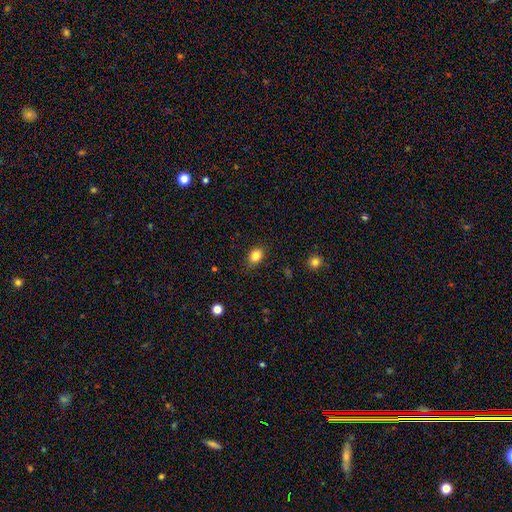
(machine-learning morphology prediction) smooth-or-featured: smooth: 84% | star or artifact: 10% | featured or disk: 6%
  how-rounded: in between: 70% | round: 28% | cigar-shaped: 1%
  merging: none: 85% | minor disturbance: 12% | major disturbance: 3% | merger: 1%